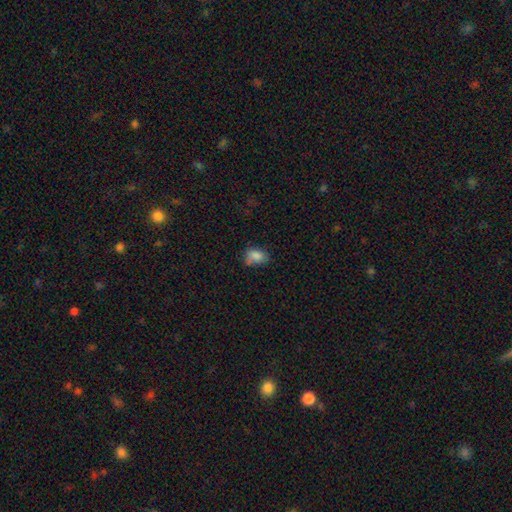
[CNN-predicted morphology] This appears to be a smooth galaxy with no disk features (82%) that is in between round and cigar-shaped (77%). Merging: none (50%).